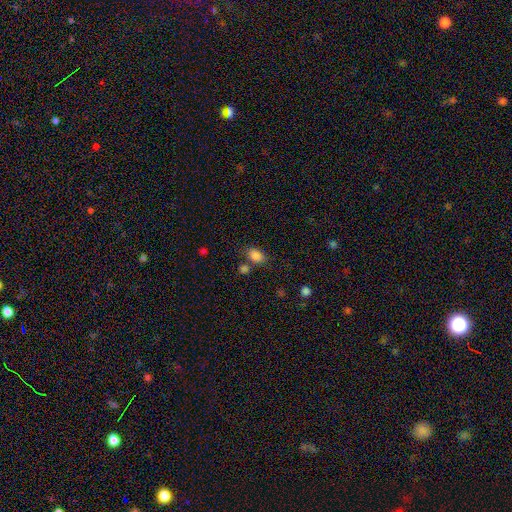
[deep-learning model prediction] smooth_or_featured: smooth (p=0.84) [alt: star or artifact p=0.11]
how_rounded: in between (p=0.80) [alt: round p=0.18]
merging: none (p=0.64) [alt: minor disturbance p=0.16]